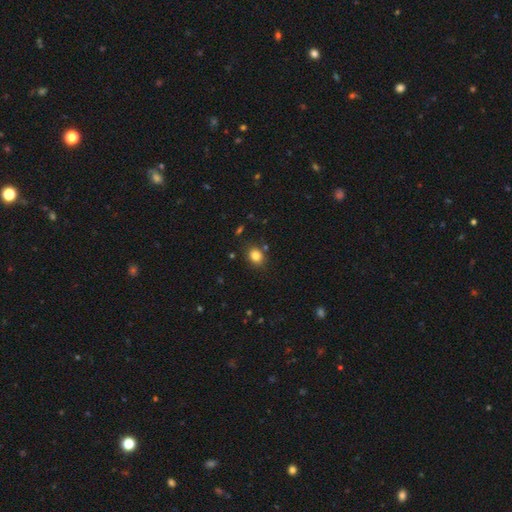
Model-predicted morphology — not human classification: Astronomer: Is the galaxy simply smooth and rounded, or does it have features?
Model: smooth — 82%.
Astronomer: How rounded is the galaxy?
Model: round — 54% (runner-up: in between, 45%).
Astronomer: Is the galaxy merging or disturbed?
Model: none — 82%.